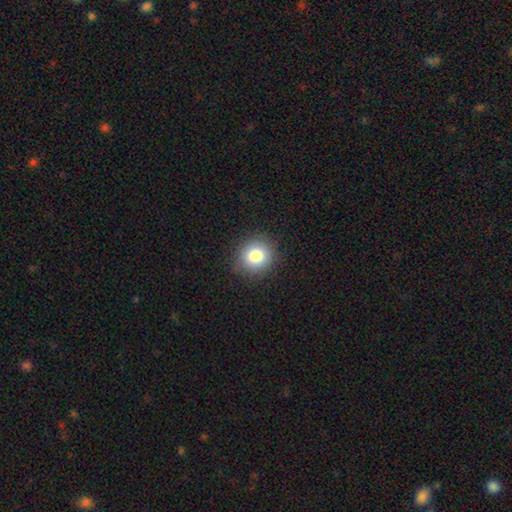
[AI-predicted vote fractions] Smooth or featured? smooth (81%)
How rounded? round (84%)
Merging? none (87%)